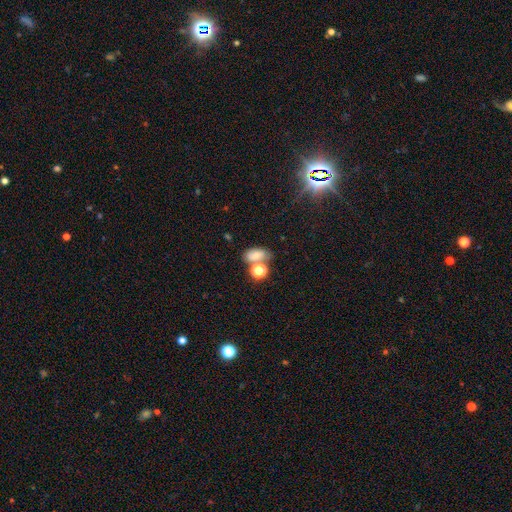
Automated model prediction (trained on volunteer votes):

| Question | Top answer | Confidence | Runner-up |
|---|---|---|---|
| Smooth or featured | smooth | 72% | star or artifact (16%) |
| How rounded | in between | 82% | round (16%) |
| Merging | none | 50% | merger (30%) |